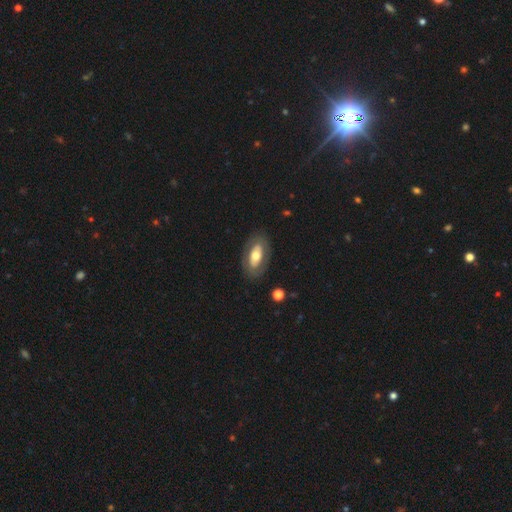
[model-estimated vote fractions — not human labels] A featured or disk galaxy (51%). Merging: none (82%).